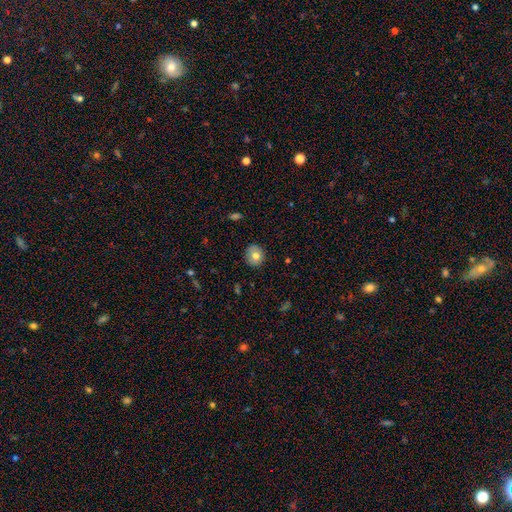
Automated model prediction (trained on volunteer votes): smooth-or-featured: smooth: 74% | featured or disk: 17% | star or artifact: 9%
  how-rounded: round: 85% | in between: 14% | cigar-shaped: 1%
  merging: none: 85% | minor disturbance: 12% | major disturbance: 2% | merger: 1%